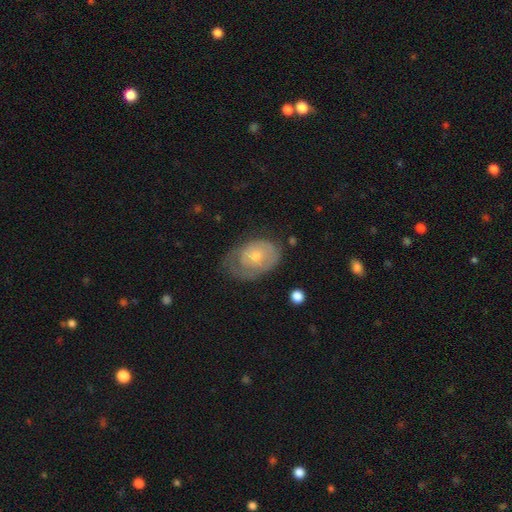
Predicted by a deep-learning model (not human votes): smooth_or_featured: featured or disk (p=0.54) [alt: smooth p=0.39]
disk_edge_on: no (p=0.94) [alt: yes p=0.06]
bar: no (p=0.86) [alt: weak p=0.12]
has_spiral_arms: yes (p=0.51) [alt: no p=0.49]
bulge_size: small (p=0.54) [alt: moderate p=0.43]
merging: none (p=0.50) [alt: minor disturbance p=0.31]